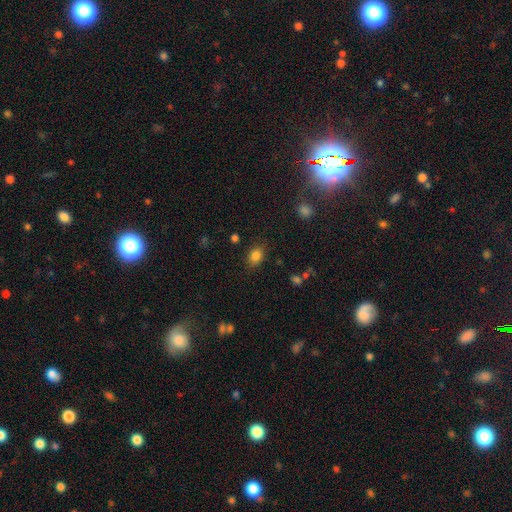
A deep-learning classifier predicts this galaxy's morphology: Q: Smooth or featured?
A: smooth (82%); runner-up: star or artifact (12%)
Q: How rounded?
A: in between (67%); runner-up: round (31%)
Q: Merging?
A: none (81%); runner-up: minor disturbance (13%)